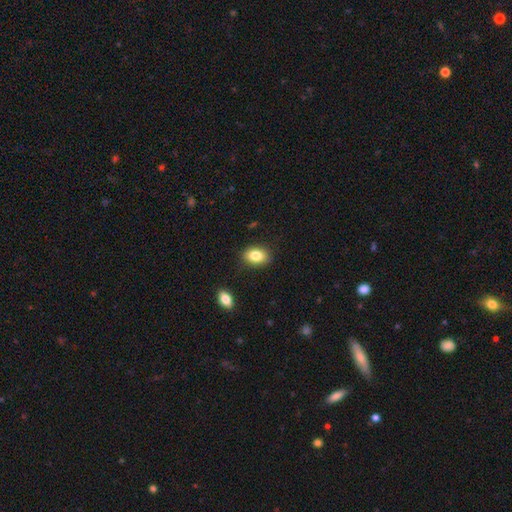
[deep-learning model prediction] Smooth or featured: smooth — 83% (featured or disk — 9%)
How rounded: in between — 83% (round — 16%)
Merging: none — 86% (minor disturbance — 10%)